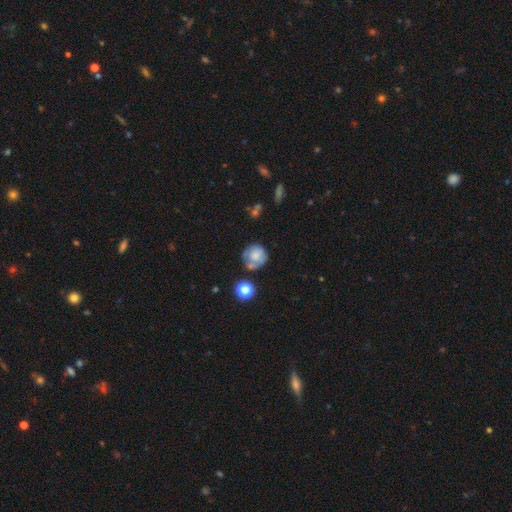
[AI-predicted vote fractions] Smooth or featured? smooth (63%)
How rounded? round (85%)
Merging? none (49%)